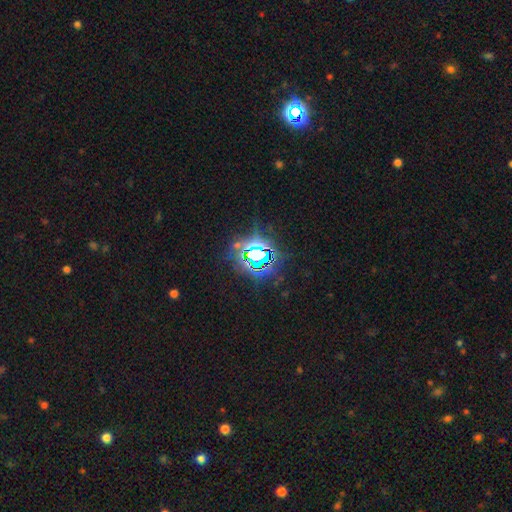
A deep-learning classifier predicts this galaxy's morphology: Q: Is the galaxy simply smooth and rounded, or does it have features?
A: star or artifact — 79%.